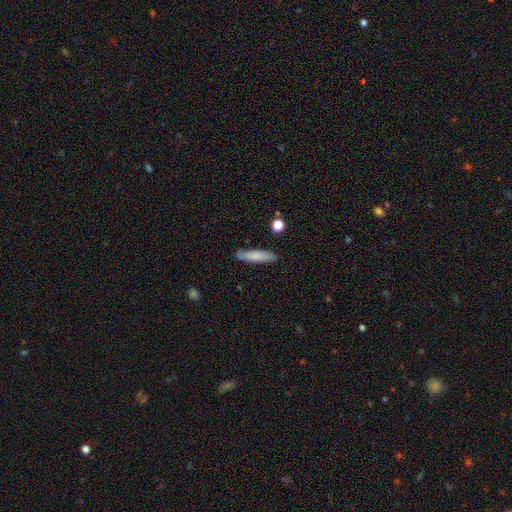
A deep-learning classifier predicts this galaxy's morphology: This is likely a smooth galaxy (77%). How rounded: clearly cigar-shaped (81%). Merging: clearly none (86%).